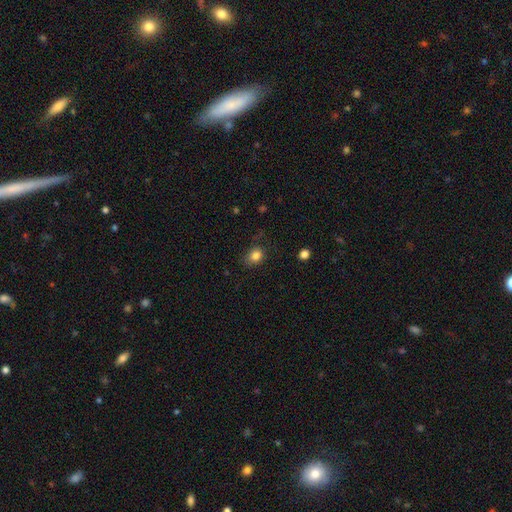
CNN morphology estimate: Smooth or featured?
  - smooth: 83% *
  - star or artifact: 11%
  - featured or disk: 6%
How rounded?
  - round: 53% *
  - in between: 46%
  - cigar-shaped: 1%
Merging?
  - none: 69% *
  - minor disturbance: 22%
  - major disturbance: 7%
  - merger: 2%